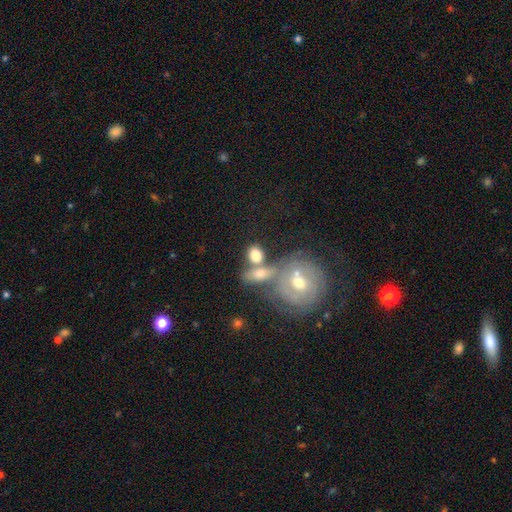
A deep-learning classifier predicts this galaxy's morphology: This is likely a smooth galaxy (70%). How rounded: possibly in between (55%). Merging: marginally merger (41%).